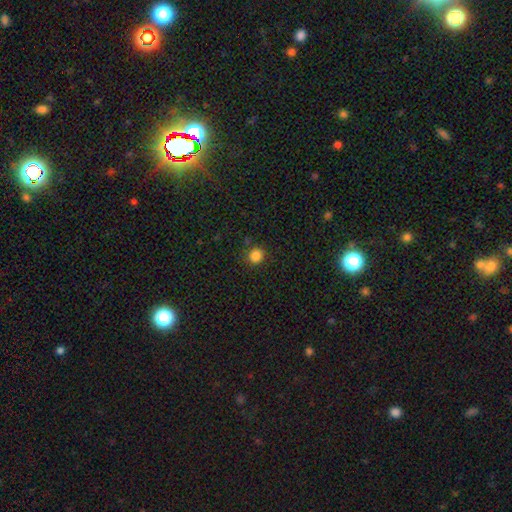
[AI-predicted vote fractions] Overall: smooth (84%). How rounded: round (83%). Merging: none (85%).